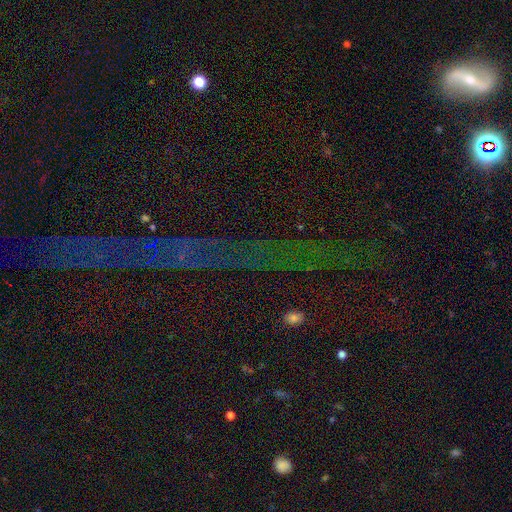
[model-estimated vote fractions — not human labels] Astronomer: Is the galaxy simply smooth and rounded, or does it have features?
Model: star or artifact — 78%.